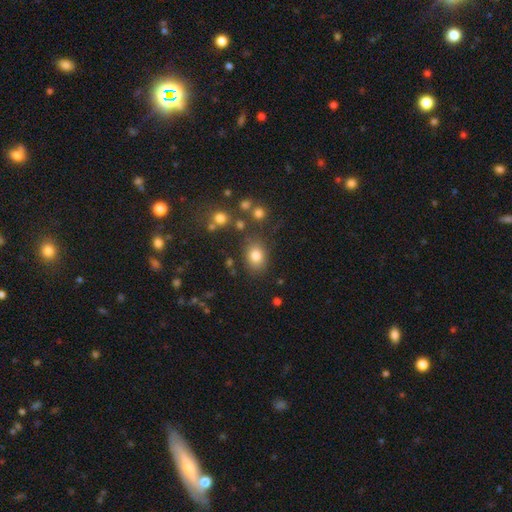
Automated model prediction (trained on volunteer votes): A smooth galaxy with no disk features (80%) that is in between round and cigar-shaped (64%). Merging: none (79%).